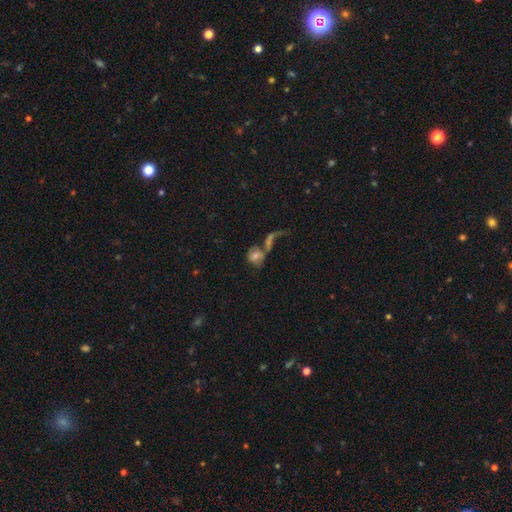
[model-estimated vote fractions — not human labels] Smooth or featured?
  - smooth: 54% *
  - featured or disk: 35%
  - star or artifact: 11%
How rounded?
  - round: 67% *
  - in between: 30%
  - cigar-shaped: 3%
Merging?
  - merger: 41% *
  - none: 26%
  - major disturbance: 22%
  - minor disturbance: 10%